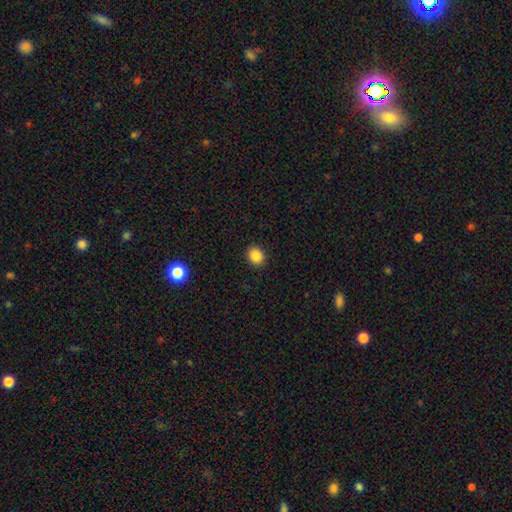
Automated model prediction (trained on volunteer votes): smooth_or_featured: smooth (p=0.87) [alt: star or artifact p=0.10]
how_rounded: round (p=0.62) [alt: in between p=0.37]
merging: none (p=0.91) [alt: minor disturbance p=0.06]